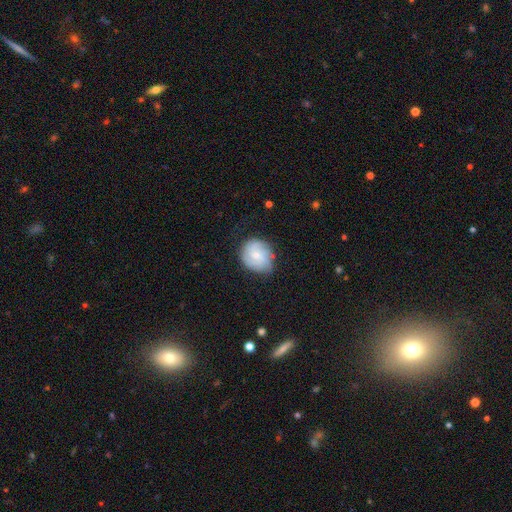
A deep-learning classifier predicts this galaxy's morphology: The model was most divided on "smooth or featured": featured or disk: 52%, smooth: 40%, star or artifact: 7%. More confident: edge-on disk — no (98%); spiral arms — yes (87%); merging — none (69%); bar — no (66%); bulge size — small (54%).